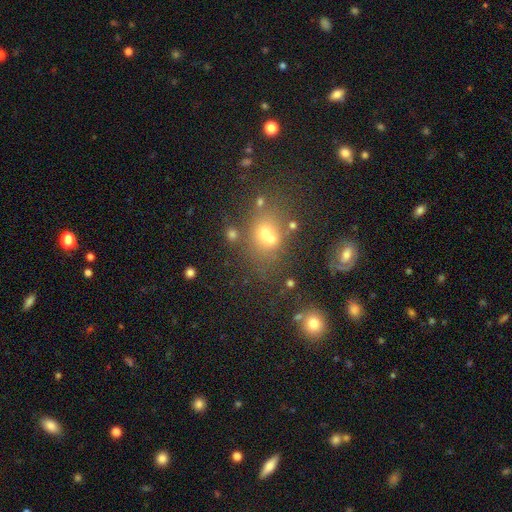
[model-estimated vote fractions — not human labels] Smooth or featured? Predicted: smooth (p=0.52). How rounded? Predicted: round (p=0.62). Merging? Predicted: none (p=0.71).